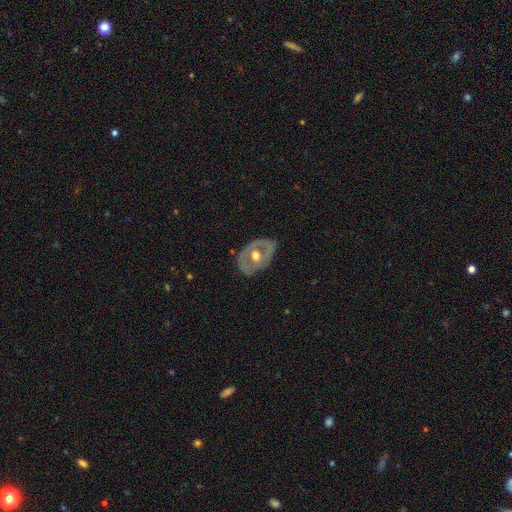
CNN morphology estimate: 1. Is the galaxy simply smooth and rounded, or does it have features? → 65% featured or disk, 29% smooth, 5% star or artifact.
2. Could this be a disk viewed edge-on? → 92% no, 8% yes.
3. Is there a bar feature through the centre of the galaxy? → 76% no, 18% weak, 6% strong.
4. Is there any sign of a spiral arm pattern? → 76% no, 24% yes.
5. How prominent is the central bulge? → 79% moderate, 10% large, 9% small, 1% none, 1% dominant.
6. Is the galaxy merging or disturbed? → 72% none, 20% minor disturbance, 7% major disturbance, 2% merger.